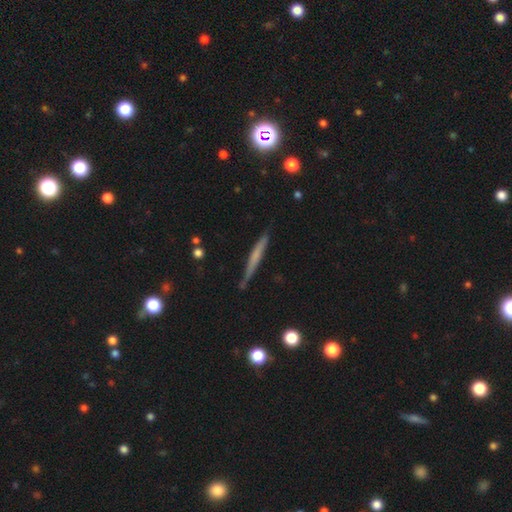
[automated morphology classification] Smooth or featured? smooth (50%)
Merging? none (83%)